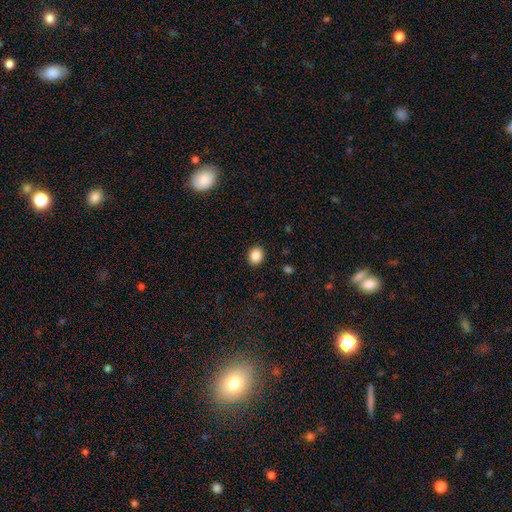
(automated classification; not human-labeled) A smooth galaxy with no disk features (87%) that is round (68%). Merging: none (91%).